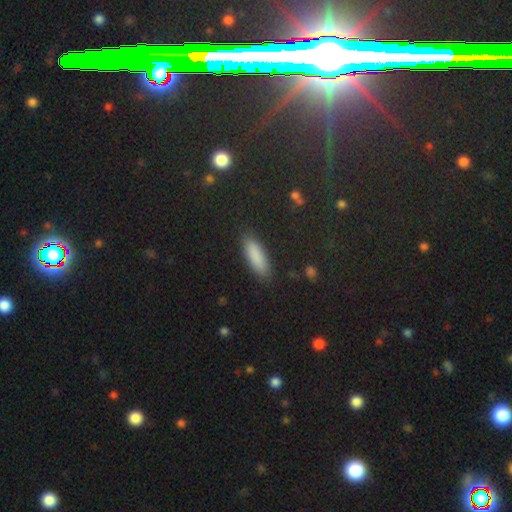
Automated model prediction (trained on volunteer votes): Overall: smooth (87%). How rounded: in between (55%; cigar-shaped 43%). Merging: none (88%).